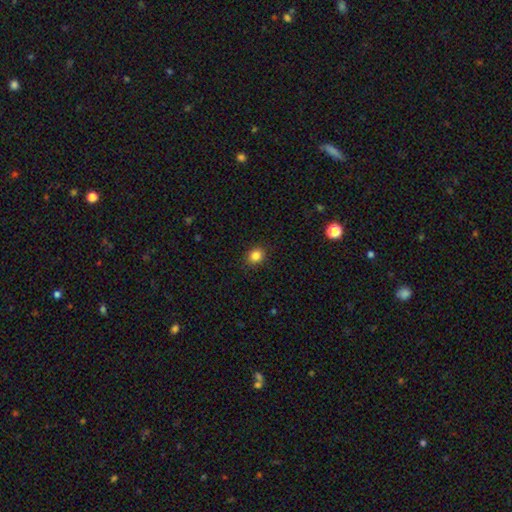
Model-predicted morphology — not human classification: Smooth or featured?
  - smooth: 84% *
  - star or artifact: 11%
  - featured or disk: 5%
How rounded?
  - round: 68% *
  - in between: 31%
  - cigar-shaped: 1%
Merging?
  - none: 89% *
  - minor disturbance: 7%
  - major disturbance: 2%
  - merger: 1%